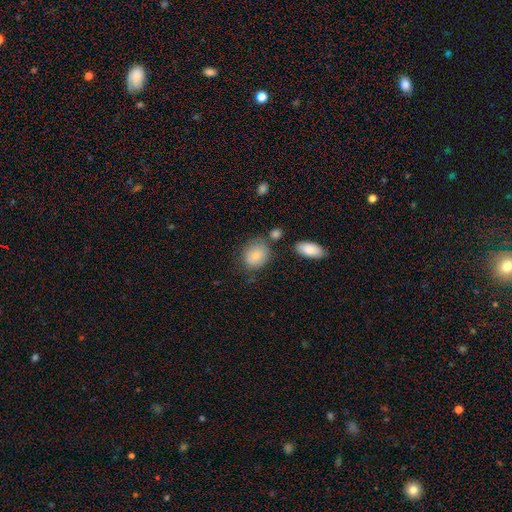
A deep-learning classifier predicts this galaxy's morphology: Smooth or featured?
  - smooth: 79% *
  - featured or disk: 14%
  - star or artifact: 8%
How rounded?
  - round: 58% *
  - in between: 41%
  - cigar-shaped: 1%
Merging?
  - none: 62% *
  - minor disturbance: 22%
  - merger: 9%
  - major disturbance: 8%